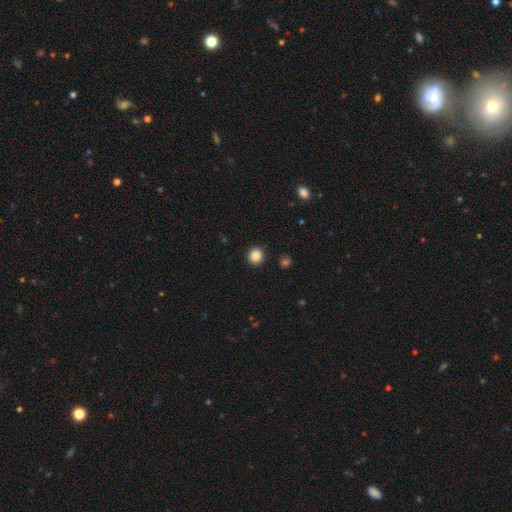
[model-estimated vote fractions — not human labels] smooth-or-featured: smooth: 86% | star or artifact: 11% | featured or disk: 3%
  how-rounded: round: 92% | in between: 7% | cigar-shaped: 1%
  merging: none: 92% | minor disturbance: 5% | major disturbance: 2% | merger: 1%